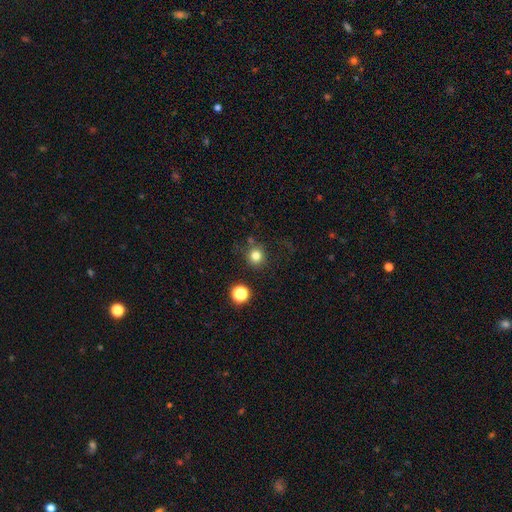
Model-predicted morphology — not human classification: A smooth galaxy with no disk features (80%) that is round (92%). Merging: none (80%).